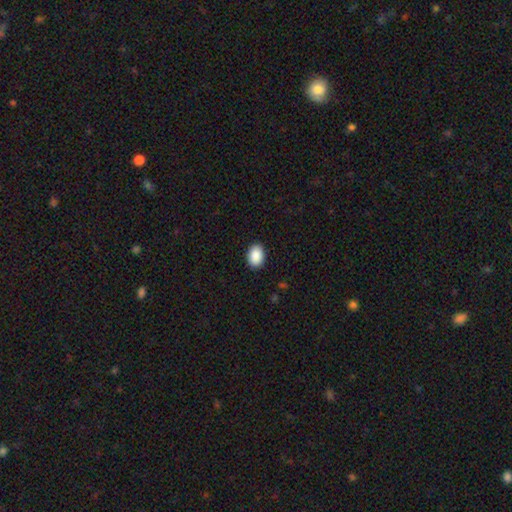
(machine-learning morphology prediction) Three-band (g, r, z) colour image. It shows a smooth galaxy with no disk features (90%) that is in between round and cigar-shaped (80%). Merging: none (90%).